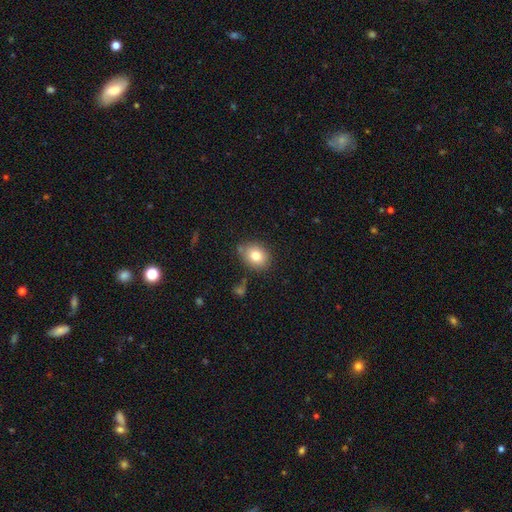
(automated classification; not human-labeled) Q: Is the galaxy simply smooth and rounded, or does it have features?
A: smooth — 79%.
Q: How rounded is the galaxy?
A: round — 51%.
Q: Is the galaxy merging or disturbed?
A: none — 75%.